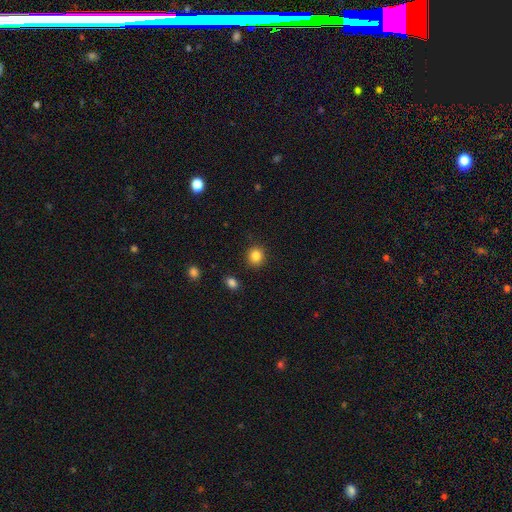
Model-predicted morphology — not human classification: Overall: smooth (85%). How rounded: round (86%). Merging: none (90%).